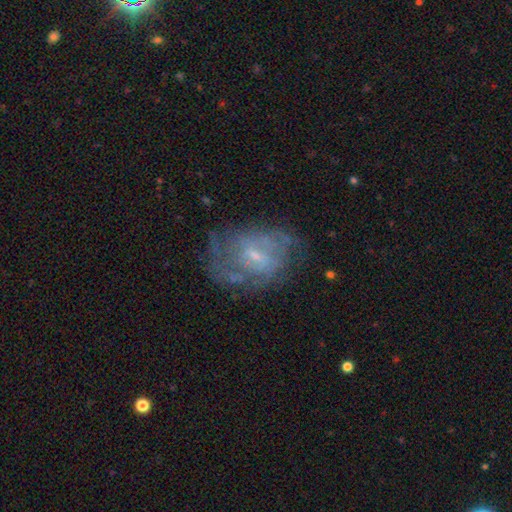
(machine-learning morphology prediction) This appears to be a featured or disk galaxy (72%) with a weak bar (51%), tight (42%) spiral arms (73%) and a small central bulge (64%). Merging: none (58%).